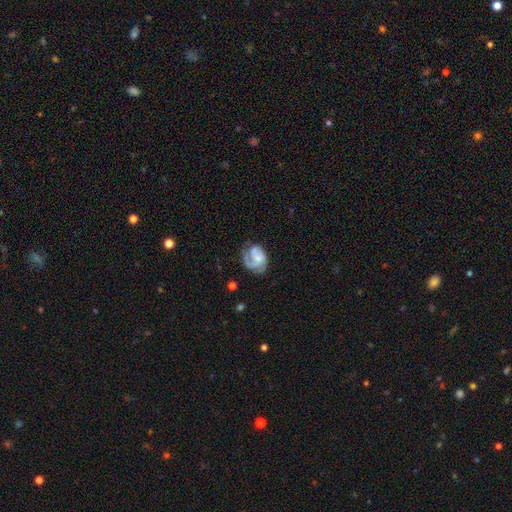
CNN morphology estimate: Smooth or featured: featured or disk — 76% (smooth — 17%)
Edge-on disk: no — 98% (yes — 2%)
Bar: no — 62% (weak — 32%)
Spiral arms: yes — 93% (no — 7%)
Spiral winding: tight — 42% (medium — 41%)
Spiral arm count: 2 — 46% (3 — 18%)
Bulge size: small — 52% (moderate — 28%)
Merging: none — 55% (minor disturbance — 24%)